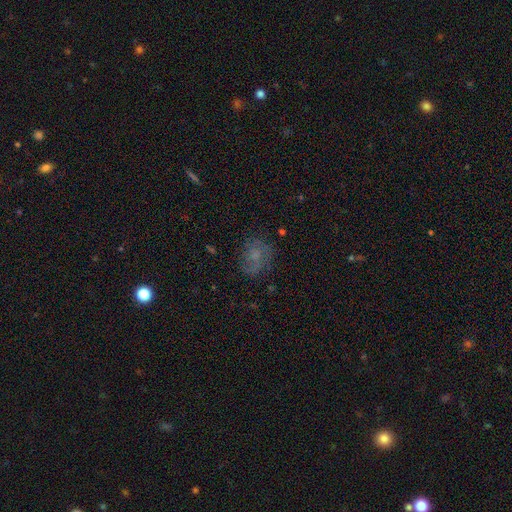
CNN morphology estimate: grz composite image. It shows a smooth galaxy with no disk features (44%). Merging: none (65%).